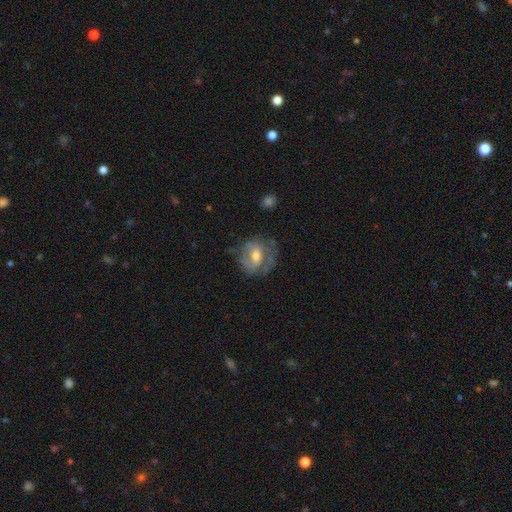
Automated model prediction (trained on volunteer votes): Smooth or featured: featured or disk — 66% (smooth — 27%)
Edge-on disk: no — 96% (yes — 4%)
Bar: weak — 43% (no — 41%)
Spiral arms: yes — 75% (no — 25%)
Bulge size: moderate — 65% (small — 24%)
Merging: none — 58% (minor disturbance — 23%)